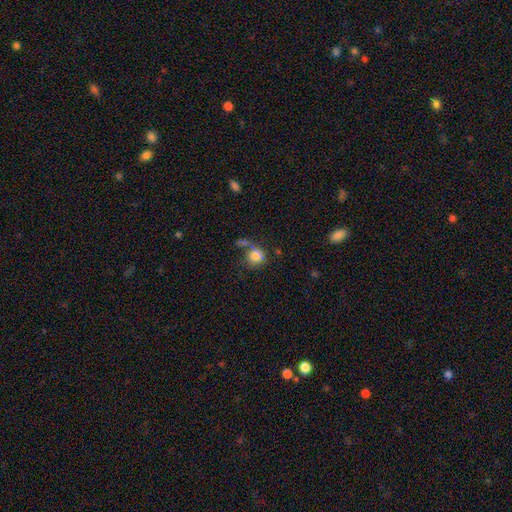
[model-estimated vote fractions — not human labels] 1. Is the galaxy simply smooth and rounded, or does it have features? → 76% smooth, 12% star or artifact, 11% featured or disk.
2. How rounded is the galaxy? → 79% round, 20% in between, 1% cigar-shaped.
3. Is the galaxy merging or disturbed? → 45% none, 21% merger, 18% minor disturbance, 17% major disturbance.